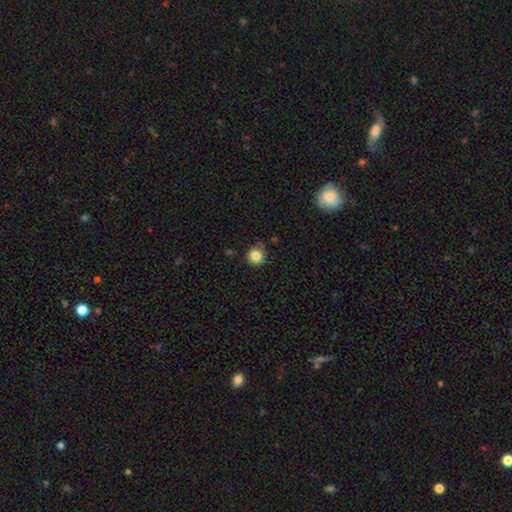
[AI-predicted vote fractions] smooth-or-featured: smooth: 84% | star or artifact: 10% | featured or disk: 5%
  how-rounded: round: 91% | in between: 8% | cigar-shaped: 1%
  merging: none: 75% | minor disturbance: 19% | major disturbance: 4% | merger: 2%